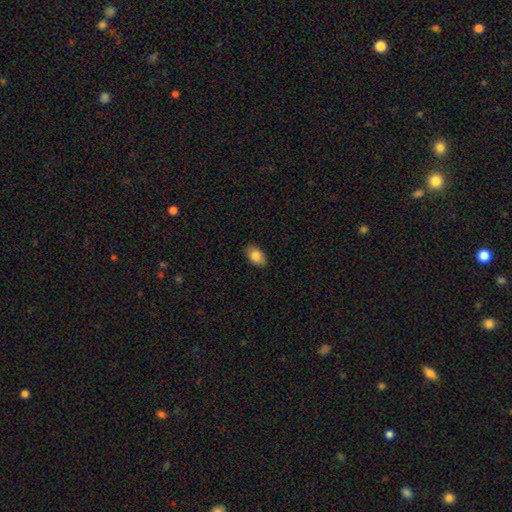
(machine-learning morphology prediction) Q: Smooth or featured?
A: smooth (85%); runner-up: featured or disk (8%)
Q: How rounded?
A: in between (90%); runner-up: round (8%)
Q: Merging?
A: none (88%); runner-up: minor disturbance (9%)